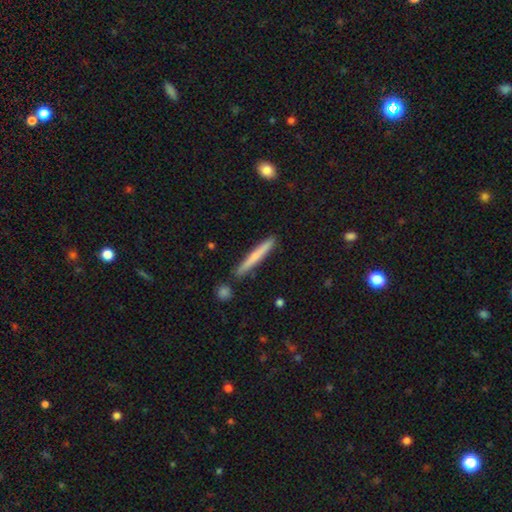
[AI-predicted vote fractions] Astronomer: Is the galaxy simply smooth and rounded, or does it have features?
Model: smooth — 66%.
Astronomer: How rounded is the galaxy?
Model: cigar-shaped — 96%.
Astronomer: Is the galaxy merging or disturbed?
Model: none — 88%.